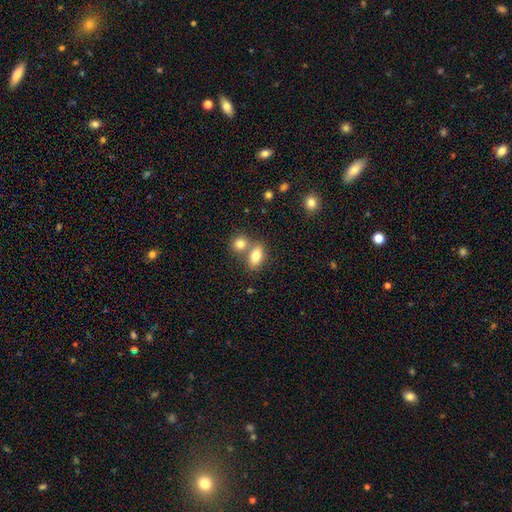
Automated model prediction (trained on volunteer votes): This appears to be a smooth galaxy with no disk features (79%) that is in between round and cigar-shaped (83%). Merging: none (49%).